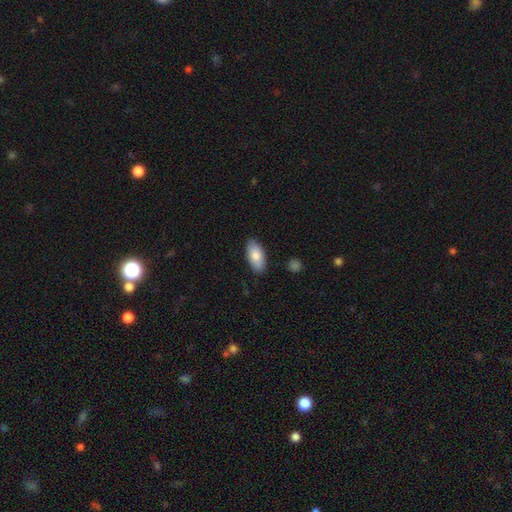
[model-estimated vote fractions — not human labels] smooth_or_featured: smooth (p=0.82) [alt: featured or disk p=0.12]
how_rounded: in between (p=0.90) [alt: cigar-shaped p=0.08]
merging: none (p=0.87) [alt: minor disturbance p=0.10]